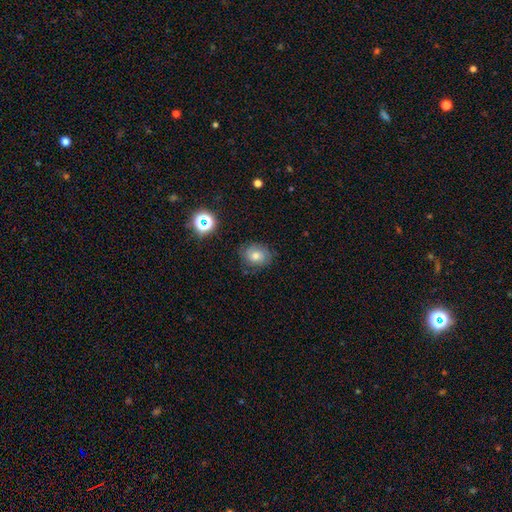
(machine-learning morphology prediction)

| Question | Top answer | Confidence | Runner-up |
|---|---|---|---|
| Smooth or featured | smooth | 61% | featured or disk (24%) |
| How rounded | round | 53% | in between (46%) |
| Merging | none | 76% | minor disturbance (17%) |